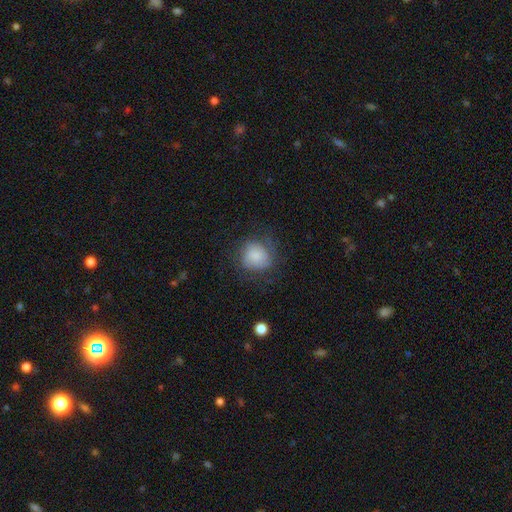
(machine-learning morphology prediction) A smooth galaxy with no disk features (69%) that is round (80%). Merging: none (60%).